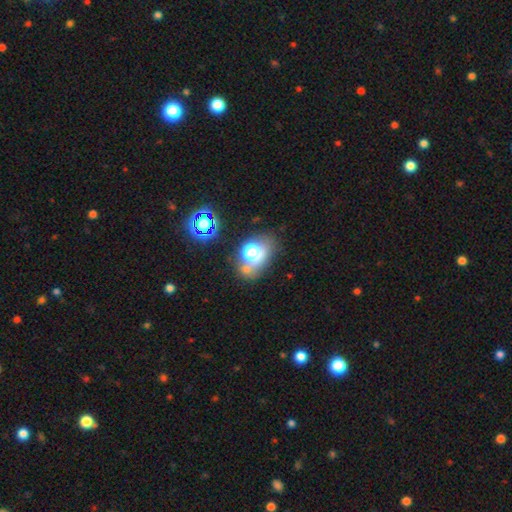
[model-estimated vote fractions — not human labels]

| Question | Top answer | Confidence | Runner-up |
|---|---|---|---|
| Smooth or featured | smooth | 58% | star or artifact (24%) |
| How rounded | in between | 54% | round (44%) |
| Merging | none | 50% | merger (22%) |